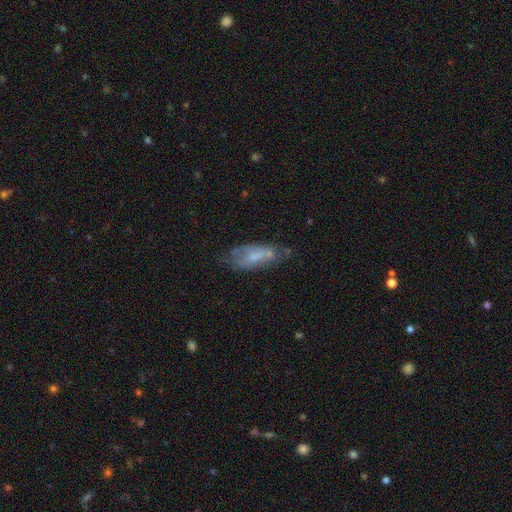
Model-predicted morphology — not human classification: type=featured or disk (46%, tied with smooth); merging=none (46%).